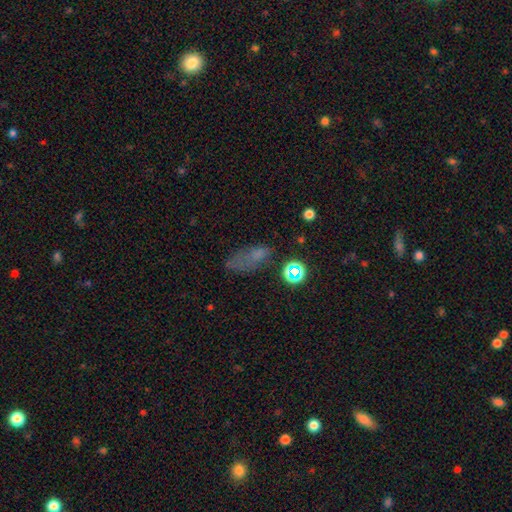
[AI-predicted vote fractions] The model was most divided on "merging": none: 38%, major disturbance: 28%, minor disturbance: 26%, merger: 7%. More confident: how rounded — in between (75%); smooth or featured — smooth (58%).